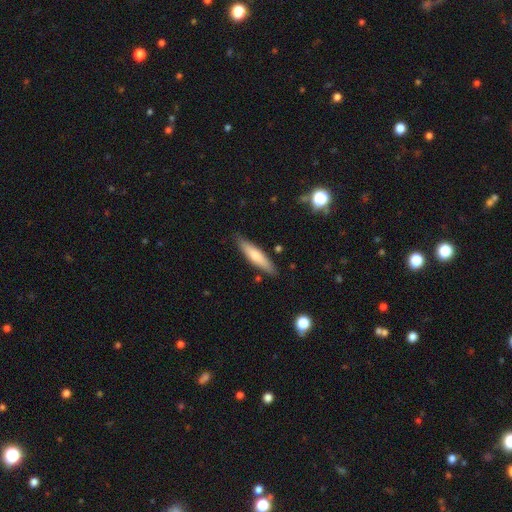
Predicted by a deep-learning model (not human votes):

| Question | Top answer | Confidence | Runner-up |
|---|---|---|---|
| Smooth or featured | smooth | 65% | featured or disk (29%) |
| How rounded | cigar-shaped | 83% | in between (16%) |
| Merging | none | 85% | minor disturbance (11%) |